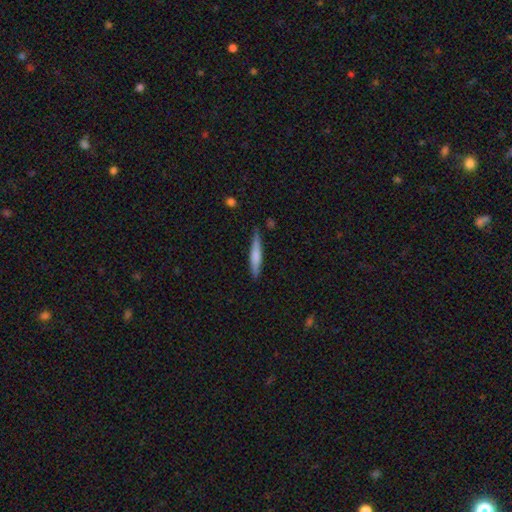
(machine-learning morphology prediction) A smooth galaxy with no disk features (66%) that is cigar-shaped (92%).

Vote fractions:
- Smooth or featured? smooth: 66% / featured or disk: 29% / star or artifact: 5%
- How rounded? cigar-shaped: 92% / in between: 7% / round: 1%
- Merging? none: 81% / minor disturbance: 14% / major disturbance: 2% / merger: 2%